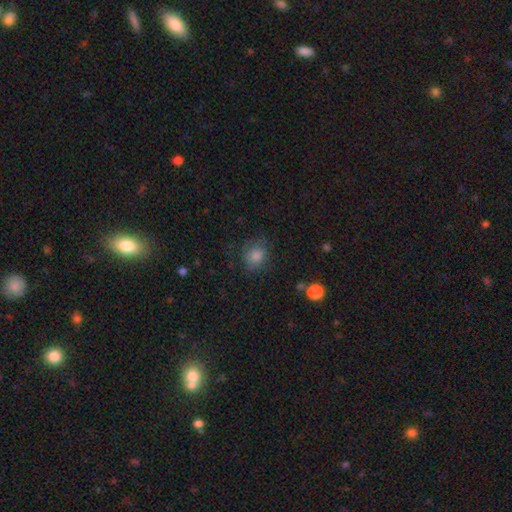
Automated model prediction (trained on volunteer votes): Overall: smooth (79%). How rounded: round (73%). Merging: none (76%).